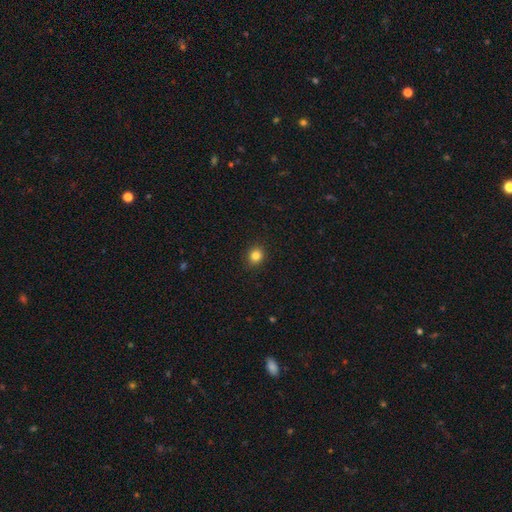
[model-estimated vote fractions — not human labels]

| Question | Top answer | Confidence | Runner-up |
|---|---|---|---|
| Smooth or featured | smooth | 84% | star or artifact (11%) |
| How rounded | round | 76% | in between (23%) |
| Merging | none | 91% | minor disturbance (6%) |